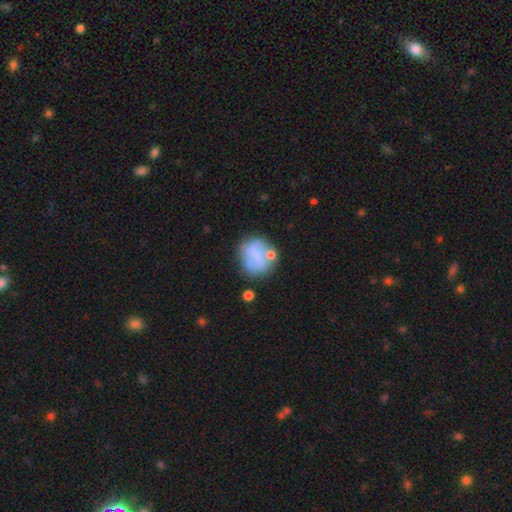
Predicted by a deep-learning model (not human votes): Morphology: type=smooth (56%); roundness=round (74%); merging=none (53%).